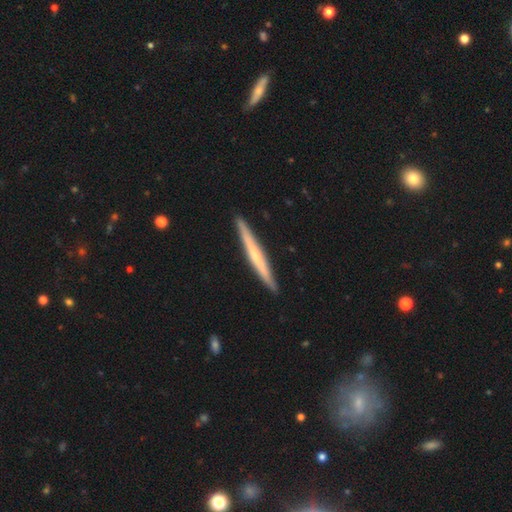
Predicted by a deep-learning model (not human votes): Overall: featured or disk (55%; smooth 40%). Edge-on disk: yes (97%). Edge-on bulge: none (59%; rounded 34%). Merging: none (91%).